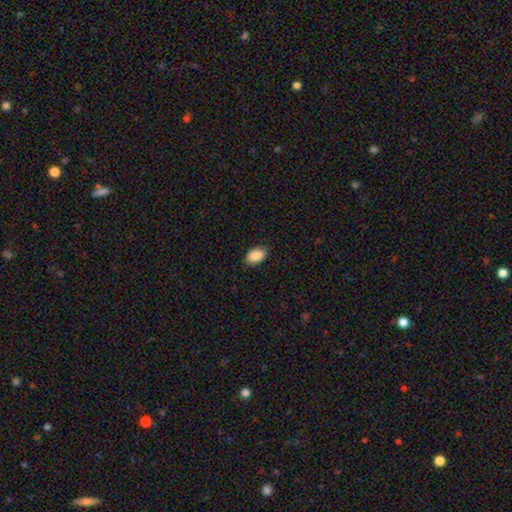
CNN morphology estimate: type=smooth (90%); roundness=in between (93%); merging=none (85%).